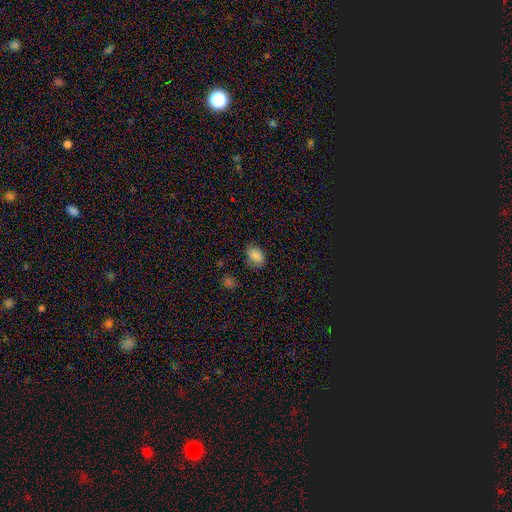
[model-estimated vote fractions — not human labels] This appears to be a smooth galaxy with no disk features (84%) that is in between round and cigar-shaped (77%). Merging: none (71%).